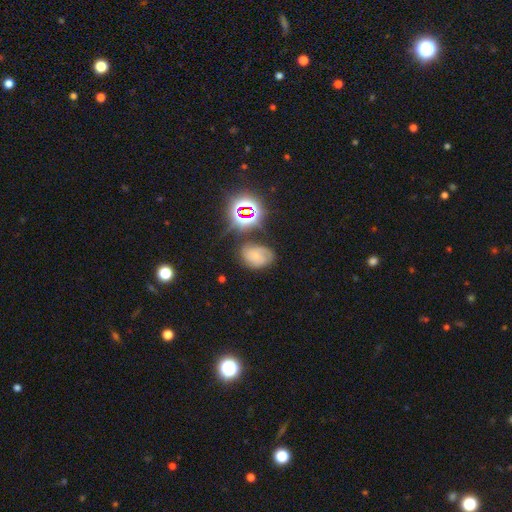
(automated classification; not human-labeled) smooth_or_featured: featured or disk (p=0.38) [tied with: smooth p=0.38]
merging: none (p=0.56) [alt: minor disturbance p=0.26]